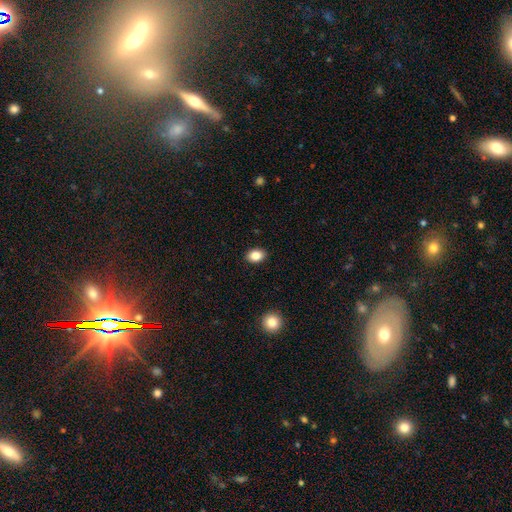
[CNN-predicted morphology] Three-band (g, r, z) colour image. It shows a smooth galaxy with no disk features (85%) that is in between round and cigar-shaped (73%). Merging: none (90%).